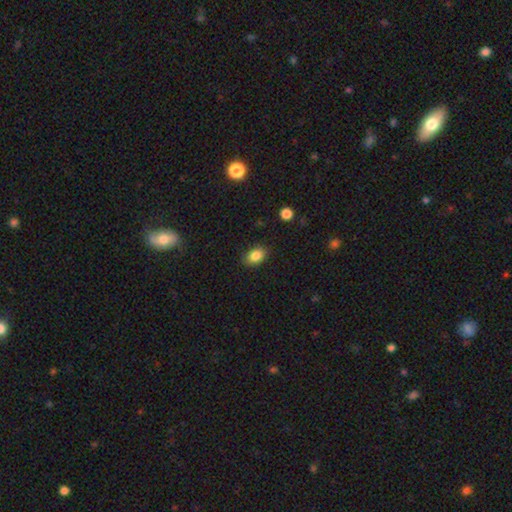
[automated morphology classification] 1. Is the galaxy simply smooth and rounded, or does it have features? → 86% smooth, 9% star or artifact, 5% featured or disk.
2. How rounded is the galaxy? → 83% in between, 16% round, 1% cigar-shaped.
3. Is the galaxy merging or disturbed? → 85% none, 11% minor disturbance, 3% major disturbance, 1% merger.